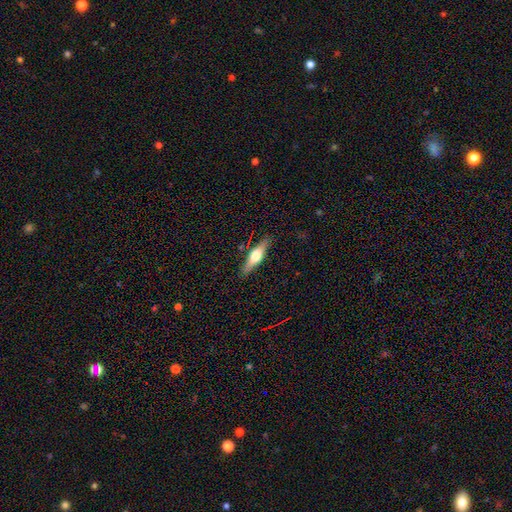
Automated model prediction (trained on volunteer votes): This is possibly a featured or disk galaxy (51%). It is clearly viewed edge-on (93%). Merging: clearly none (86%).